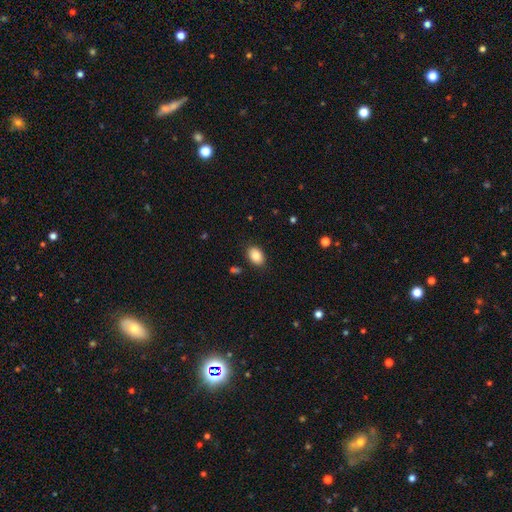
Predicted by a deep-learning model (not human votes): smooth_or_featured: smooth (p=0.86) [alt: star or artifact p=0.08]
how_rounded: in between (p=0.82) [alt: round p=0.17]
merging: none (p=0.87) [alt: minor disturbance p=0.09]